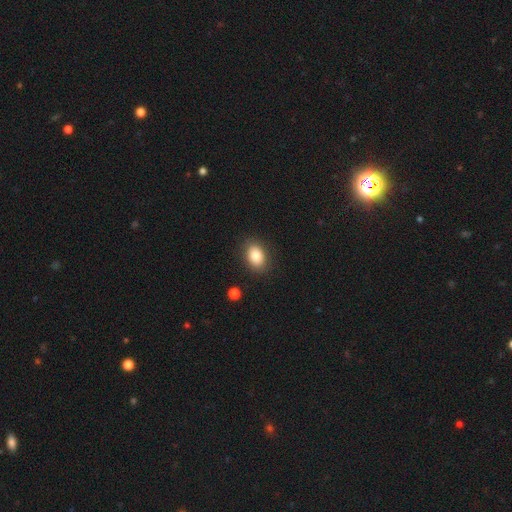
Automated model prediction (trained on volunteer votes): The model was most divided on "how rounded": in between: 80%, round: 19%, cigar-shaped: 1%. More confident: merging — none (86%); smooth or featured — smooth (84%).